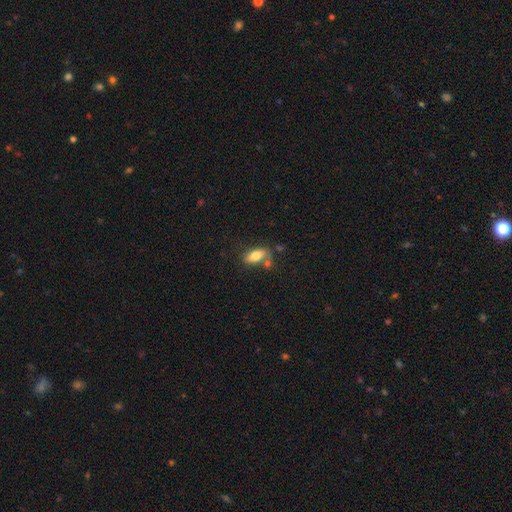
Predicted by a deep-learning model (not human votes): A smooth galaxy with no disk features (74%) that is in between round and cigar-shaped (86%).

Vote fractions:
- Smooth or featured? smooth: 74% / featured or disk: 19% / star or artifact: 7%
- How rounded? in between: 86% / cigar-shaped: 10% / round: 4%
- Merging? none: 53% / merger: 20% / minor disturbance: 19% / major disturbance: 8%